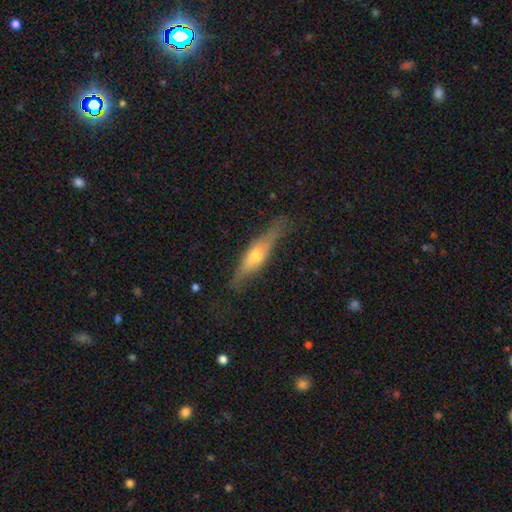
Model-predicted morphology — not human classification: Smooth or featured?
  - featured or disk: 53% *
  - smooth: 41%
  - star or artifact: 6%
Edge-on disk?
  - yes: 81% *
  - no: 19%
Merging?
  - none: 70% *
  - minor disturbance: 22%
  - major disturbance: 7%
  - merger: 2%